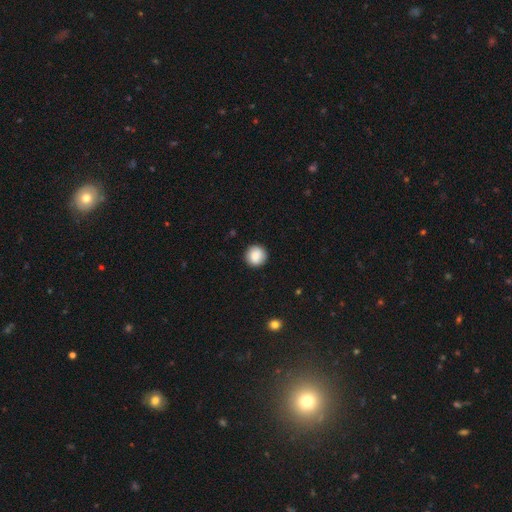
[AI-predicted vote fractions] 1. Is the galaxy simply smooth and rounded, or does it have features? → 87% smooth, 8% star or artifact, 5% featured or disk.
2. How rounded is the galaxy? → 94% round, 5% in between, 1% cigar-shaped.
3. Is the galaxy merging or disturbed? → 91% none, 7% minor disturbance, 2% major disturbance, 1% merger.